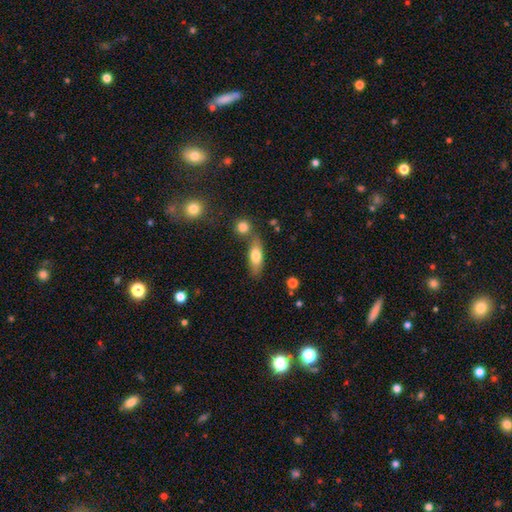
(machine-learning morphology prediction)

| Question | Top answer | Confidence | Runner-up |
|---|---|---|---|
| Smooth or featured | smooth | 72% | featured or disk (22%) |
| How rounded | in between | 65% | cigar-shaped (31%) |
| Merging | none | 63% | merger (17%) |